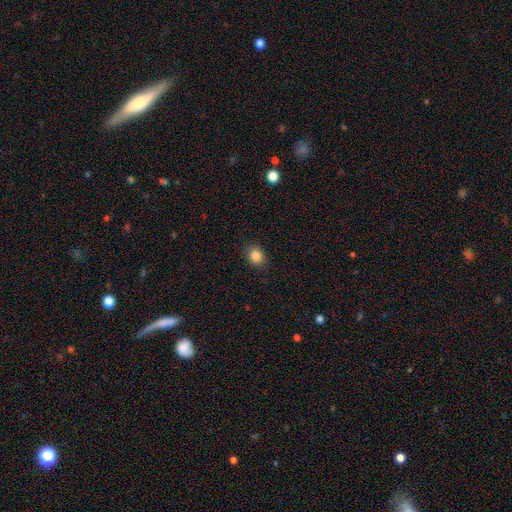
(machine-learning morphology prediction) This is clearly a smooth galaxy (86%). How rounded: likely round (61%). Merging: clearly none (86%).